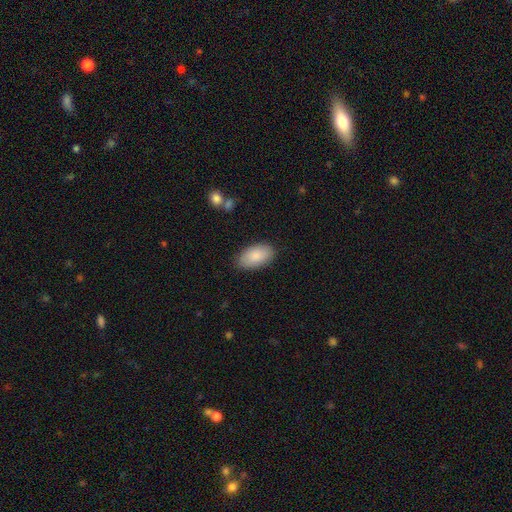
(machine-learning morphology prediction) This is clearly a smooth galaxy (87%). How rounded: clearly in between (95%). Merging: clearly none (85%).